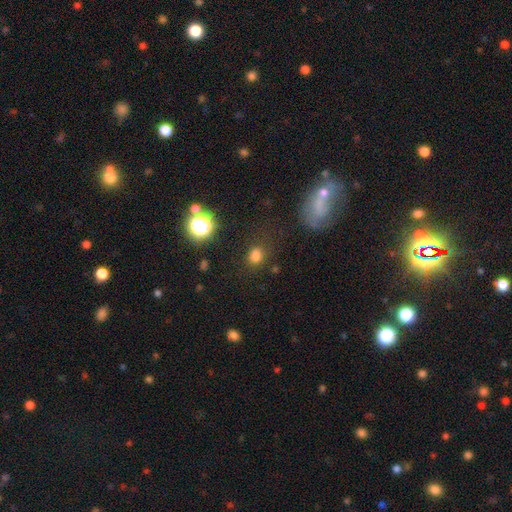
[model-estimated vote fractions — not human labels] smooth 76%, star or artifact 18%, featured or disk 6%. Down the decision tree: how rounded — round (61%); merging — none (76%).